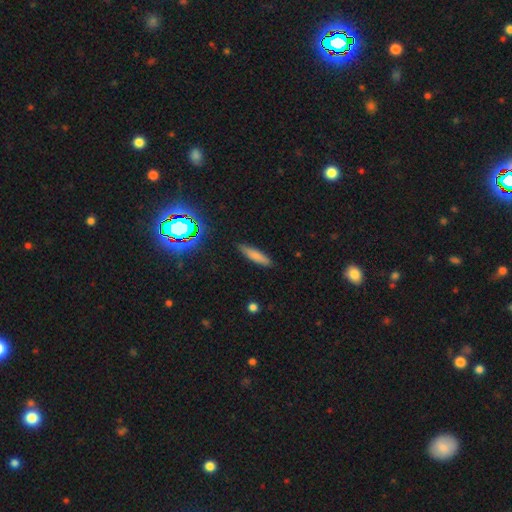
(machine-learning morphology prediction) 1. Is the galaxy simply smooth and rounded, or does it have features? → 77% smooth, 13% featured or disk, 10% star or artifact.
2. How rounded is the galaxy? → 76% cigar-shaped, 22% in between, 2% round.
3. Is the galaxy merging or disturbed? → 87% none, 10% minor disturbance, 2% major disturbance, 1% merger.